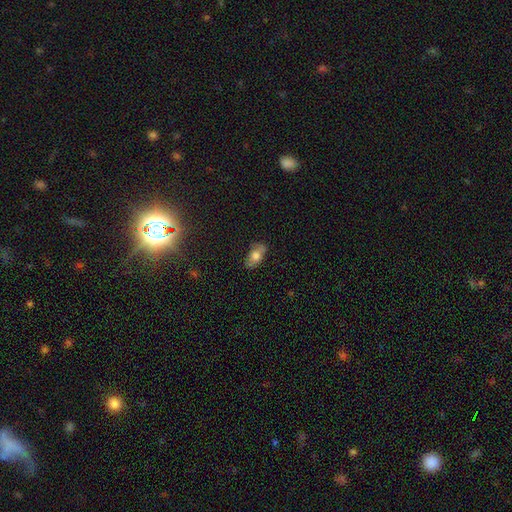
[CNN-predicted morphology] A smooth galaxy with no disk features (67%) that is in between round and cigar-shaped (87%).

Vote fractions:
- Smooth or featured? smooth: 67% / featured or disk: 24% / star or artifact: 9%
- How rounded? in between: 87% / round: 7% / cigar-shaped: 6%
- Merging? none: 79% / minor disturbance: 16% / major disturbance: 4% / merger: 1%